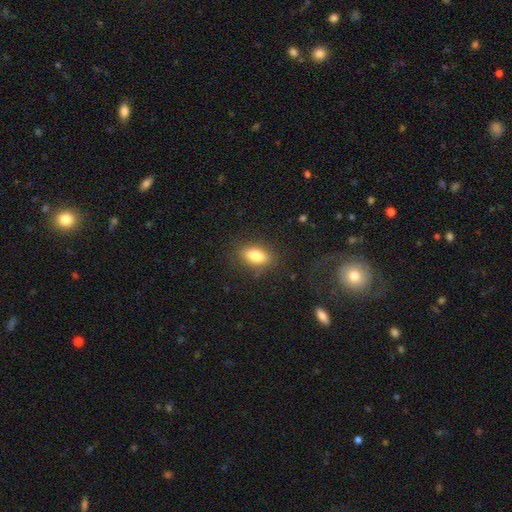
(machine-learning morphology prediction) This appears to be a smooth galaxy with no disk features (83%) that is in between round and cigar-shaped (87%). Merging: none (83%).